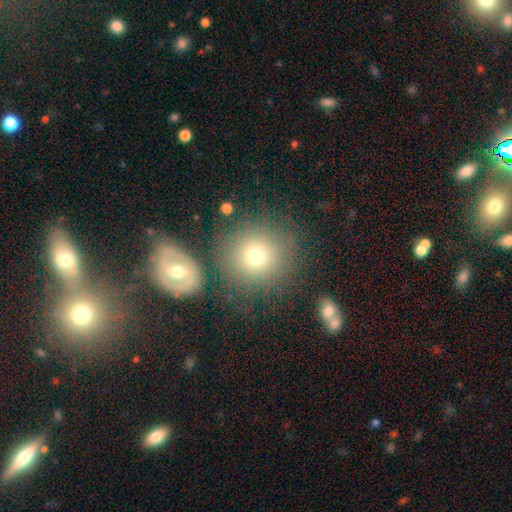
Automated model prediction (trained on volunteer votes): smooth_or_featured: smooth (p=0.74) [alt: featured or disk p=0.13]
how_rounded: round (p=0.89) [alt: in between p=0.10]
merging: none (p=0.72) [alt: merger p=0.12]